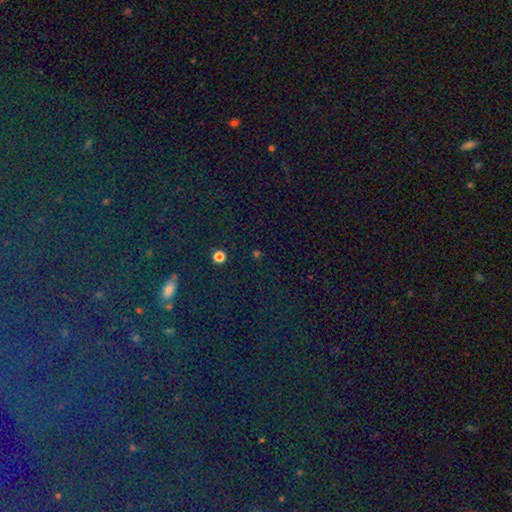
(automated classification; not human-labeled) This is likely a star or artifact rather than a galaxy (78%).